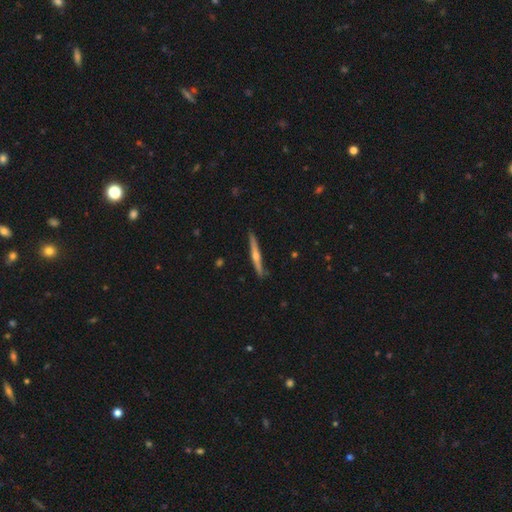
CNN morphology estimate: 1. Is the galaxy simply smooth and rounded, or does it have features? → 72% featured or disk, 23% smooth, 6% star or artifact.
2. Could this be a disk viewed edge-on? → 97% yes, 3% no.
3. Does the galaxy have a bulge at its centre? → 85% rounded, 11% none, 4% boxy.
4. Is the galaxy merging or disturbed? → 87% none, 10% minor disturbance, 2% major disturbance, 1% merger.